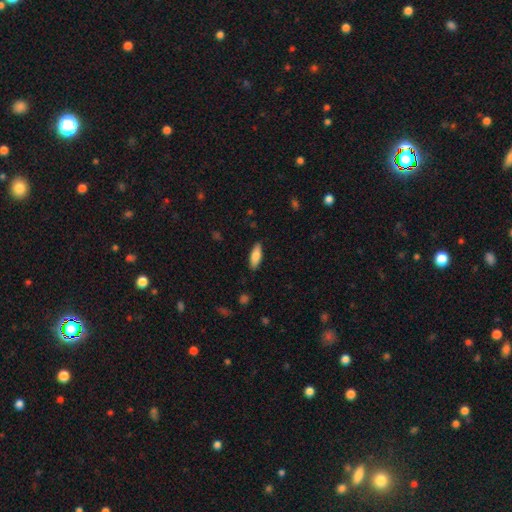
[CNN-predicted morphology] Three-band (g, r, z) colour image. It shows a smooth galaxy with no disk features (80%) that is in between round and cigar-shaped (66%). Merging: none (87%).